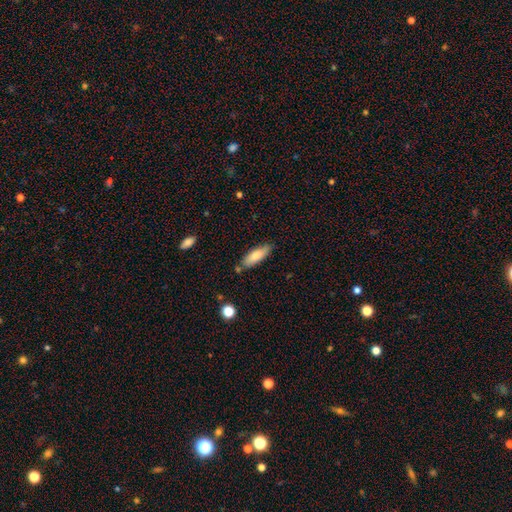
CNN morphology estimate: Overall: smooth (77%). How rounded: in between (51%; cigar-shaped 47%). Merging: none (77%).